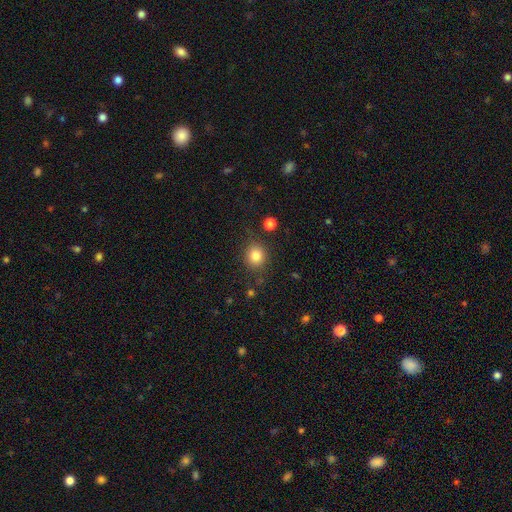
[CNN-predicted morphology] Overall: smooth (83%). How rounded: round (81%). Merging: none (81%).